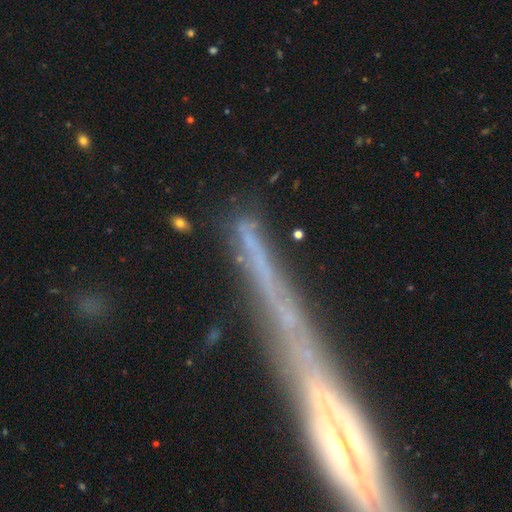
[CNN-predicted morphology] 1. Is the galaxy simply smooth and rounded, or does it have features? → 60% featured or disk, 22% star or artifact, 18% smooth.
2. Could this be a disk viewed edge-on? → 79% yes, 21% no.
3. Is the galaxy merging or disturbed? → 68% none, 15% minor disturbance, 10% major disturbance, 8% merger.